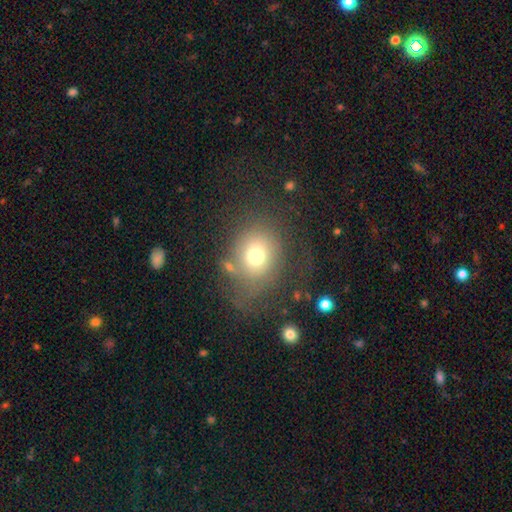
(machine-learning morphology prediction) smooth_or_featured: smooth (p=0.68) [alt: featured or disk p=0.18]
how_rounded: round (p=0.70) [alt: in between p=0.29]
merging: none (p=0.56) [alt: minor disturbance p=0.20]